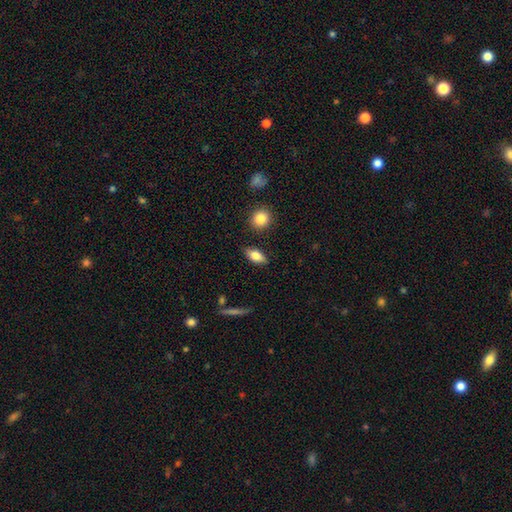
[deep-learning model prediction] A smooth galaxy with no disk features (80%) that is in between round and cigar-shaped (84%). Merging: none (85%).